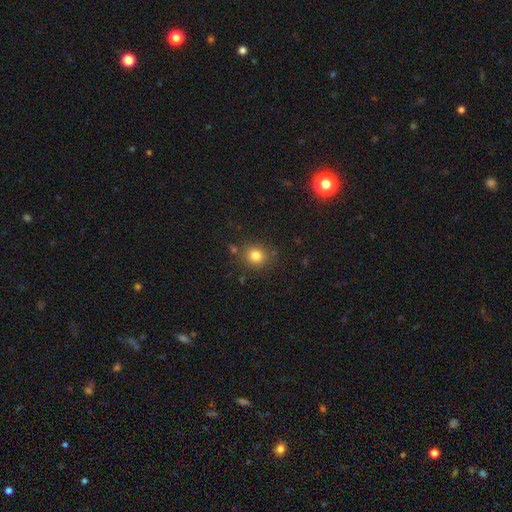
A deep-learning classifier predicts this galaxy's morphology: Smooth or featured: smooth — 80% (star or artifact — 13%)
How rounded: round — 81% (in between — 18%)
Merging: none — 82% (minor disturbance — 10%)